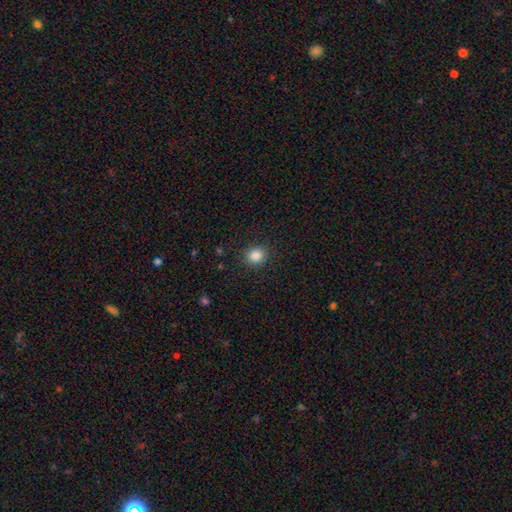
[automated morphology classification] smooth-or-featured: smooth: 85% | star or artifact: 11% | featured or disk: 4%
  how-rounded: round: 77% | in between: 22% | cigar-shaped: 1%
  merging: none: 89% | minor disturbance: 7% | major disturbance: 3% | merger: 1%